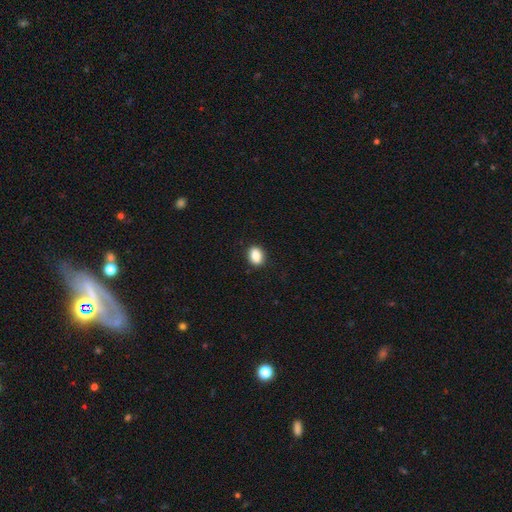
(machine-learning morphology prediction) smooth-or-featured: smooth: 87% | star or artifact: 8% | featured or disk: 4%
  how-rounded: in between: 70% | round: 28% | cigar-shaped: 2%
  merging: none: 89% | minor disturbance: 8% | major disturbance: 2% | merger: 1%